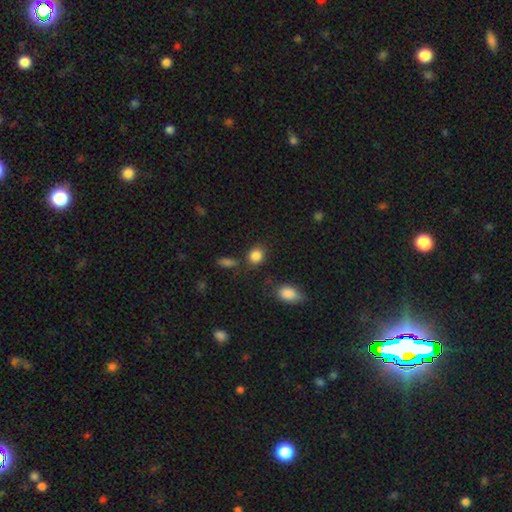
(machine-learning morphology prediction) Smooth or featured: smooth — 86% (star or artifact — 9%)
How rounded: round — 65% (in between — 34%)
Merging: none — 76% (minor disturbance — 13%)